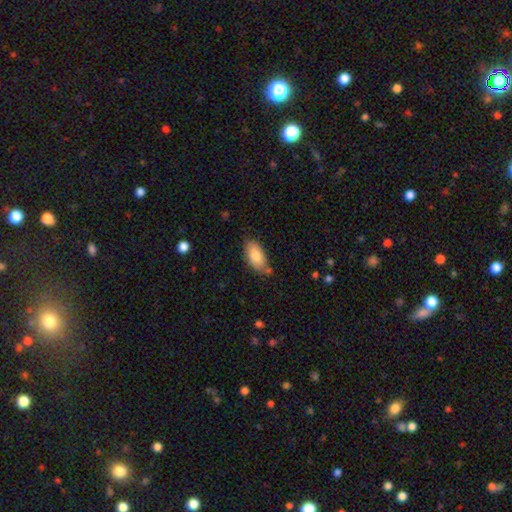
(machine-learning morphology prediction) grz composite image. It shows a smooth galaxy with no disk features (81%) that is in between round and cigar-shaped (93%). Merging: none (72%).